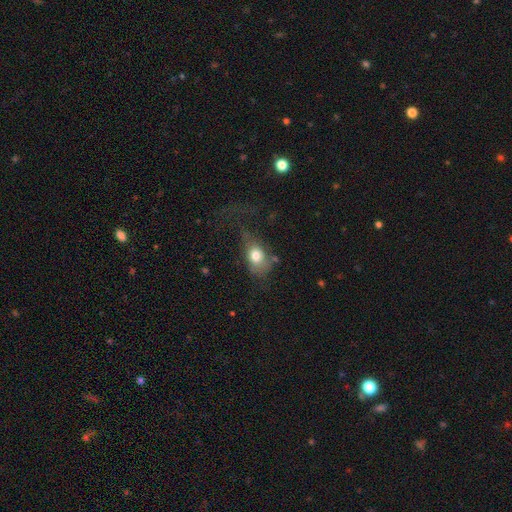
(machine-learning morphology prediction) The model was most divided on "merging": major disturbance: 38%, none: 33%, minor disturbance: 24%, merger: 5%. More confident: smooth or featured — smooth (75%); how rounded — in between (69%).